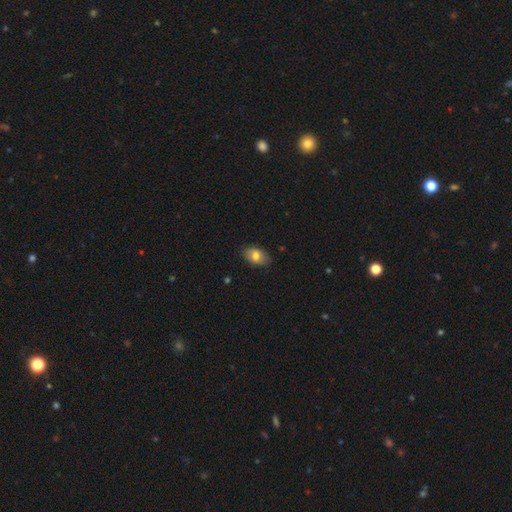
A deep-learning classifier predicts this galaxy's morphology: Smooth or featured?
  - smooth: 74% *
  - featured or disk: 18%
  - star or artifact: 8%
How rounded?
  - in between: 88% *
  - round: 10%
  - cigar-shaped: 2%
Merging?
  - none: 84% *
  - minor disturbance: 12%
  - major disturbance: 2%
  - merger: 1%